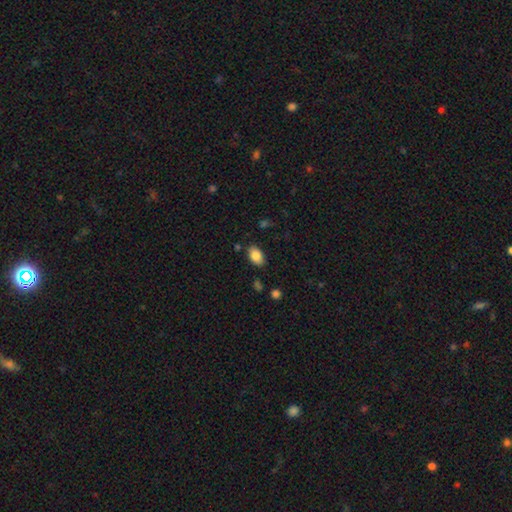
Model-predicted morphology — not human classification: smooth 85%, star or artifact 8%, featured or disk 7%. Down the decision tree: how rounded — in between (90%); merging — none (83%).